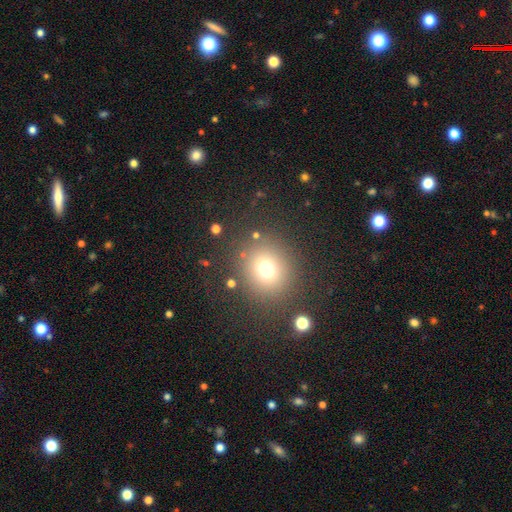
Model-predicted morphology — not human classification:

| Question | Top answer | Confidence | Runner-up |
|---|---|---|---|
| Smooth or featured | smooth | 59% | star or artifact (31%) |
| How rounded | round | 85% | in between (14%) |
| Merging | none | 87% | minor disturbance (7%) |